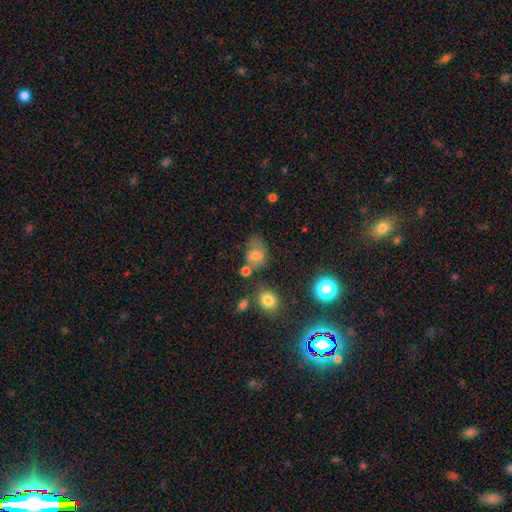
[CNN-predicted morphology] A smooth galaxy with no disk features (66%) that is in between round and cigar-shaped (56%). Merging: none (45%).